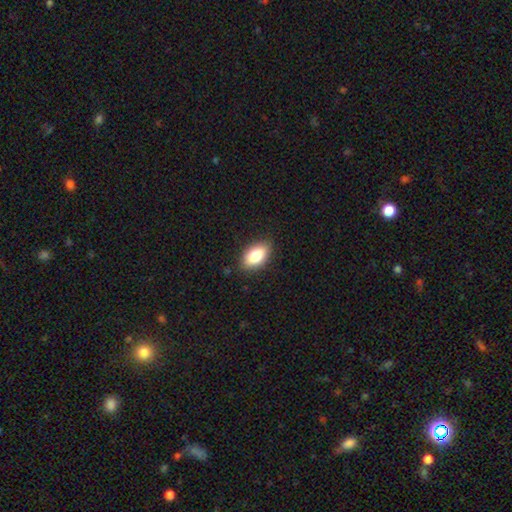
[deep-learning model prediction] smooth 79%, featured or disk 13%, star or artifact 8%. Down the decision tree: how rounded — in between (89%); merging — none (84%).